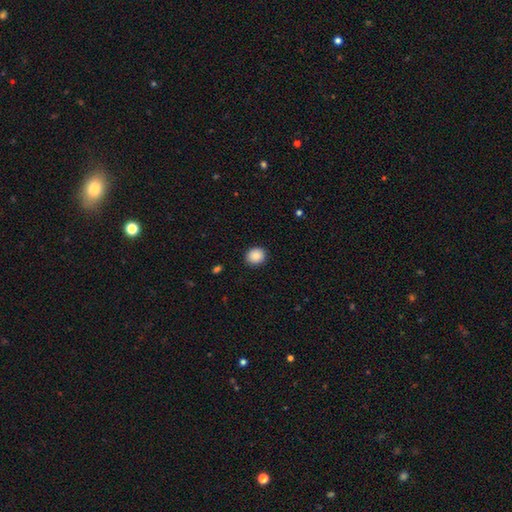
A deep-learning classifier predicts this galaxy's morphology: type=smooth (88%); roundness=round (74%); merging=none (90%).